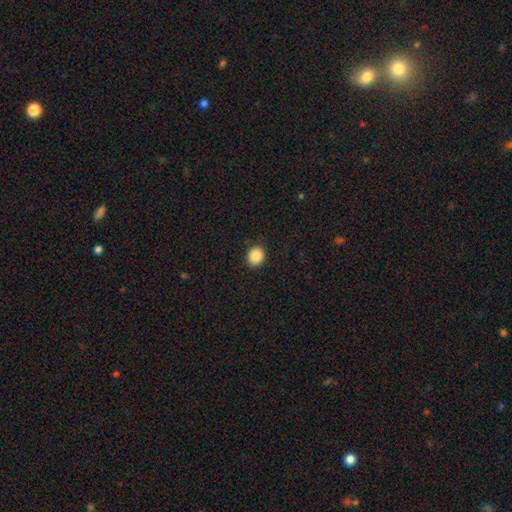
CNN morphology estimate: Overall: smooth (87%). How rounded: round (65%; in between 34%). Merging: none (90%).